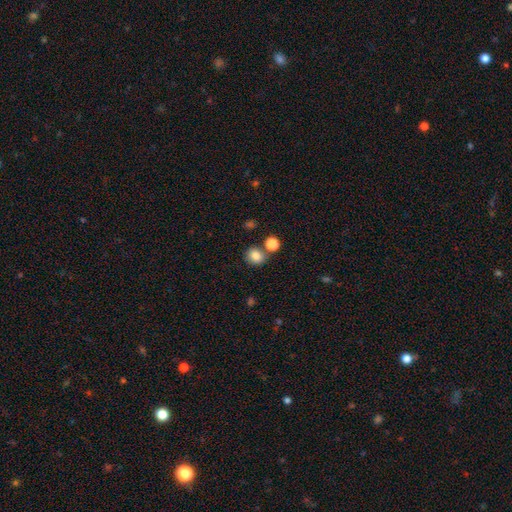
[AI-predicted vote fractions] A smooth galaxy with no disk features (83%) that is round (70%).

Vote fractions:
- Smooth or featured? smooth: 83% / star or artifact: 11% / featured or disk: 6%
- How rounded? round: 70% / in between: 29% / cigar-shaped: 1%
- Merging? none: 68% / merger: 17% / minor disturbance: 11% / major disturbance: 4%